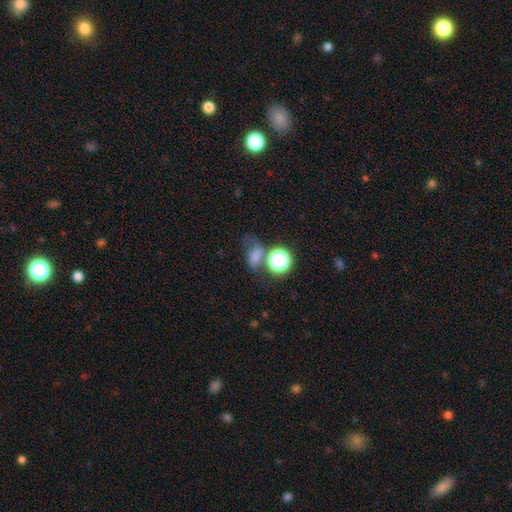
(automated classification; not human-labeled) Morphology: type=smooth (67%); roundness=in between (60%); merging=none (42%).